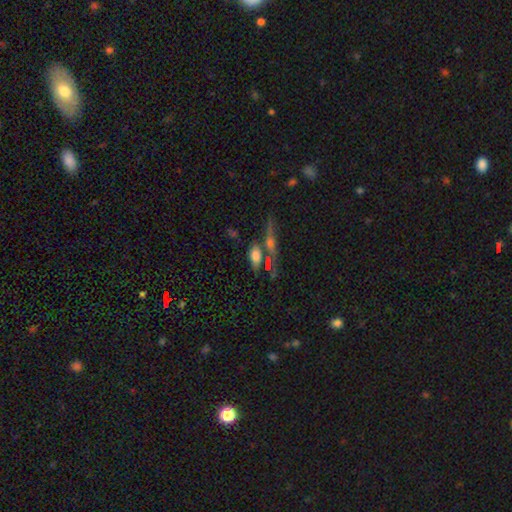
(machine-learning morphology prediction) A smooth galaxy with no disk features (57%) that is in between round and cigar-shaped (74%).

Vote fractions:
- Smooth or featured? smooth: 57% / featured or disk: 28% / star or artifact: 15%
- How rounded? in between: 74% / cigar-shaped: 16% / round: 10%
- Merging? none: 47% / merger: 32% / minor disturbance: 13% / major disturbance: 8%